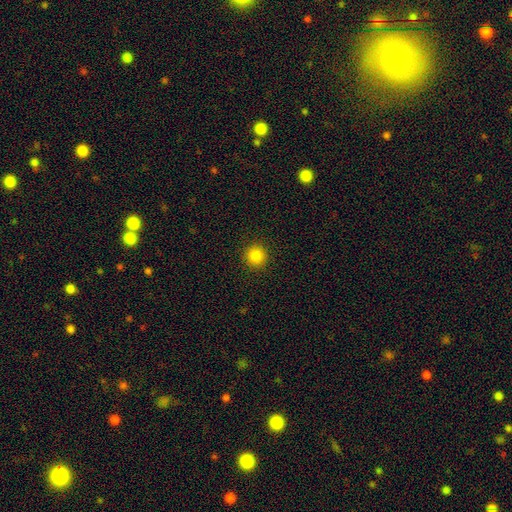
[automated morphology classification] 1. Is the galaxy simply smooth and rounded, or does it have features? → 85% smooth, 11% star or artifact, 4% featured or disk.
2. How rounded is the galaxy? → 93% round, 6% in between, 1% cigar-shaped.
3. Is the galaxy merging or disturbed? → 92% none, 5% minor disturbance, 2% major disturbance, 1% merger.